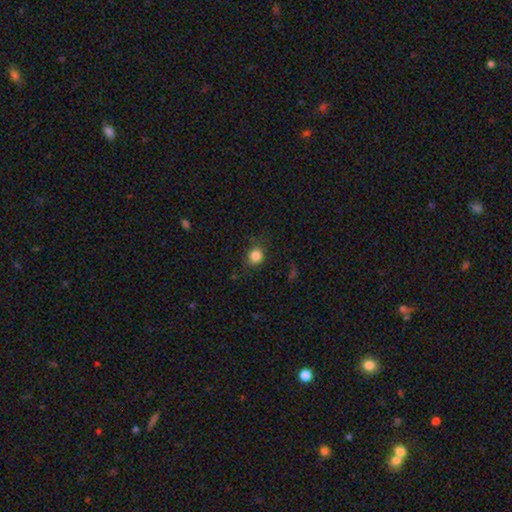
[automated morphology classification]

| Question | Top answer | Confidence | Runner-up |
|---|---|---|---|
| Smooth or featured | smooth | 84% | star or artifact (11%) |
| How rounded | round | 73% | in between (26%) |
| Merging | none | 78% | minor disturbance (15%) |